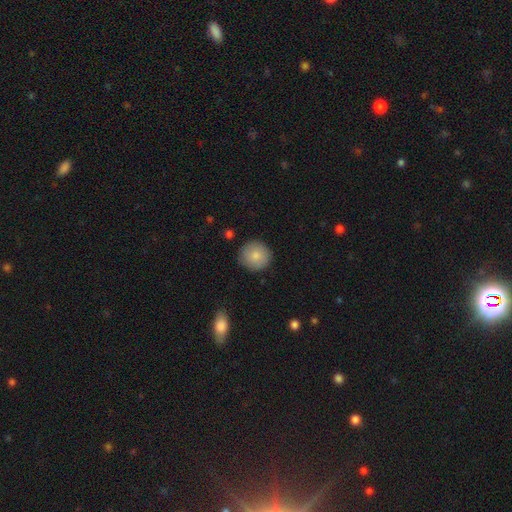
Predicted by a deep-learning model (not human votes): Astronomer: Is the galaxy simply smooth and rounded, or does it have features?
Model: smooth — 82%.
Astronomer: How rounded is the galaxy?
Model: round — 93%.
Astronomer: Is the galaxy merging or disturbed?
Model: none — 87%.